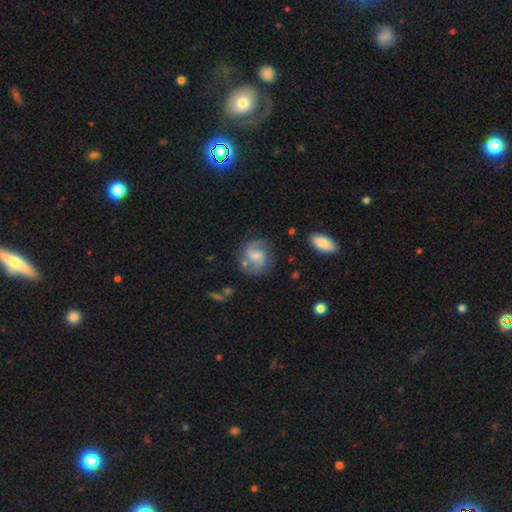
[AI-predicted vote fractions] A featured or disk galaxy (77%) with a weak bar (49%), 2 (88%) medium (50%) spiral arms (95%) and a moderate central bulge (40%).

Vote fractions:
- Smooth or featured? featured or disk: 77% / smooth: 16% / star or artifact: 7%
- Edge-on disk? no: 98% / yes: 2%
- Bar? weak: 49% / no: 42% / strong: 9%
- Spiral arms? yes: 95% / no: 5%
- Spiral winding? medium: 50% / loose: 35% / tight: 15%
- Spiral arm count? 2: 88% / can't tell: 4% / 1: 4% / 3: 2% / 4: 1% / more than 4: 1%
- Bulge size? moderate: 40% / small: 38% / none: 15% / large: 6% / dominant: 1%
- Merging? none: 71% / minor disturbance: 17% / major disturbance: 7% / merger: 5%